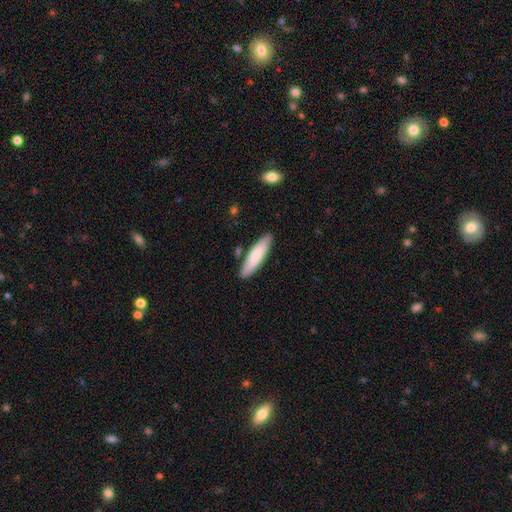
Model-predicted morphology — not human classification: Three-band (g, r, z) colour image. It shows a smooth galaxy with no disk features (81%) that is cigar-shaped (73%). Merging: none (85%).